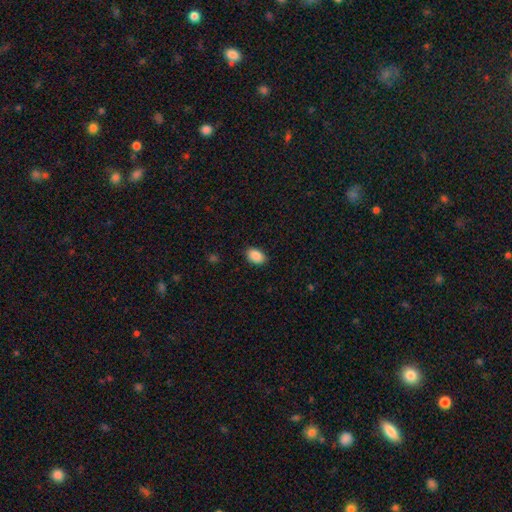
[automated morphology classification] smooth-or-featured: smooth: 89% | star or artifact: 7% | featured or disk: 3%
  how-rounded: in between: 87% | round: 12% | cigar-shaped: 1%
  merging: none: 87% | minor disturbance: 10% | major disturbance: 2% | merger: 1%